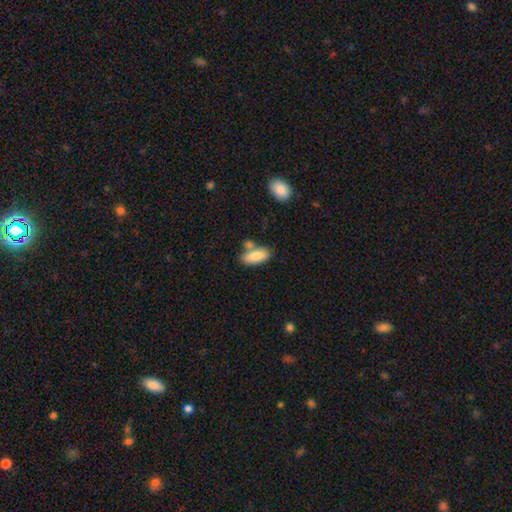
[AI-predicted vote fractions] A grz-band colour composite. It shows a smooth galaxy with no disk features (83%) that is in between round and cigar-shaped (81%). Merging: none (63%).